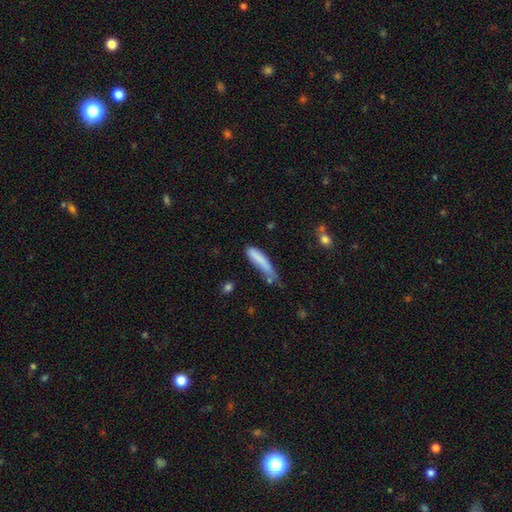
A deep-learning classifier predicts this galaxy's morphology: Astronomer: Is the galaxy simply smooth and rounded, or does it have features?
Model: smooth — 79%.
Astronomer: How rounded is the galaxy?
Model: cigar-shaped — 84%.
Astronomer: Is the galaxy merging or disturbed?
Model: none — 45% (runner-up: minor disturbance, 36%).